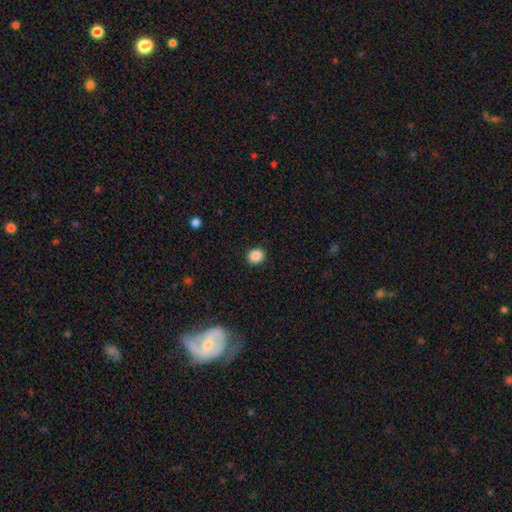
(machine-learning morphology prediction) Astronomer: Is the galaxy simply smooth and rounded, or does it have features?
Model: smooth — 88%.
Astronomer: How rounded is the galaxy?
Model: round — 62% (runner-up: in between, 37%).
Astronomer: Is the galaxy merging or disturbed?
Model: none — 91%.